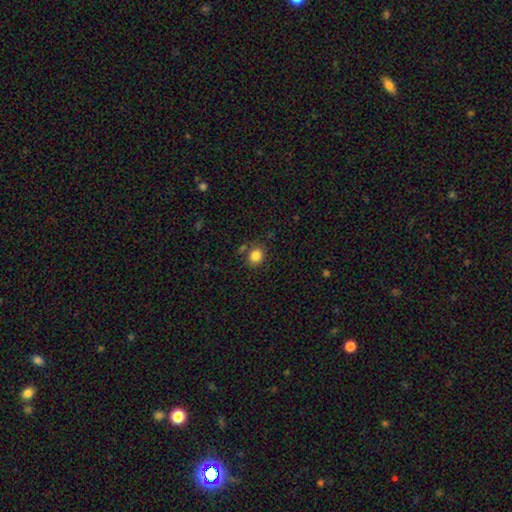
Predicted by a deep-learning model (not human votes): A smooth galaxy with no disk features (85%) that is round (68%).

Vote fractions:
- Smooth or featured? smooth: 85% / star or artifact: 11% / featured or disk: 5%
- How rounded? round: 68% / in between: 32% / cigar-shaped: 1%
- Merging? none: 76% / minor disturbance: 13% / merger: 8% / major disturbance: 4%